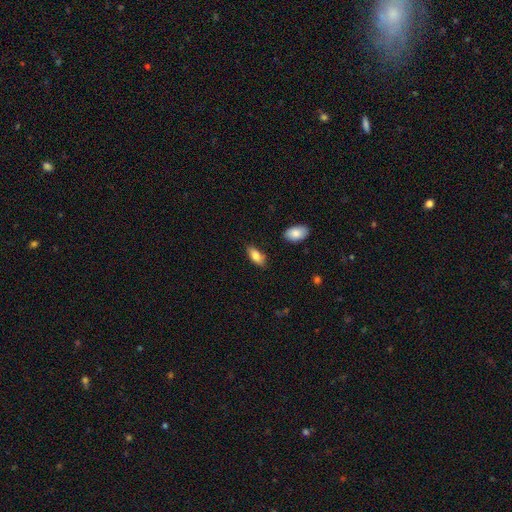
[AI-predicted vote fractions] Overall: smooth (83%). How rounded: in between (88%). Merging: none (81%).